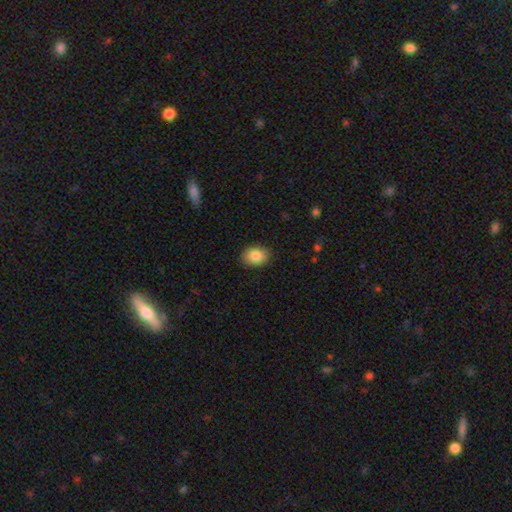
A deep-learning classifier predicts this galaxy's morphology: smooth-or-featured: smooth: 85% | star or artifact: 7% | featured or disk: 7%
  how-rounded: in between: 68% | round: 31% | cigar-shaped: 1%
  merging: none: 87% | minor disturbance: 10% | major disturbance: 2% | merger: 1%